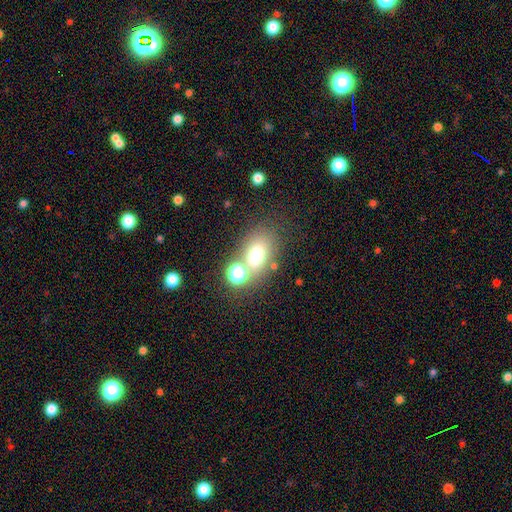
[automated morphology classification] Q: Smooth or featured?
A: smooth (67%); runner-up: star or artifact (17%)
Q: How rounded?
A: in between (64%); runner-up: round (35%)
Q: Merging?
A: none (57%); runner-up: merger (23%)